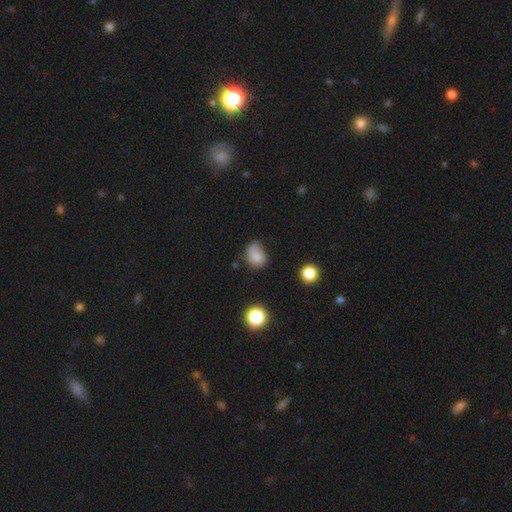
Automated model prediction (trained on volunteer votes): This is likely a smooth galaxy (79%). How rounded: possibly in between (59%). Merging: possibly none (50%).